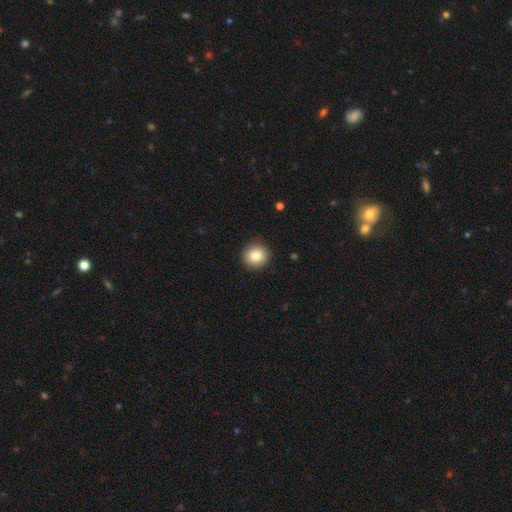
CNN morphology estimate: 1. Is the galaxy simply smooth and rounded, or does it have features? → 84% smooth, 9% star or artifact, 7% featured or disk.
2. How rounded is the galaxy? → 90% round, 9% in between, 1% cigar-shaped.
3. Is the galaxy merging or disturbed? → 92% none, 6% minor disturbance, 2% major disturbance, 1% merger.